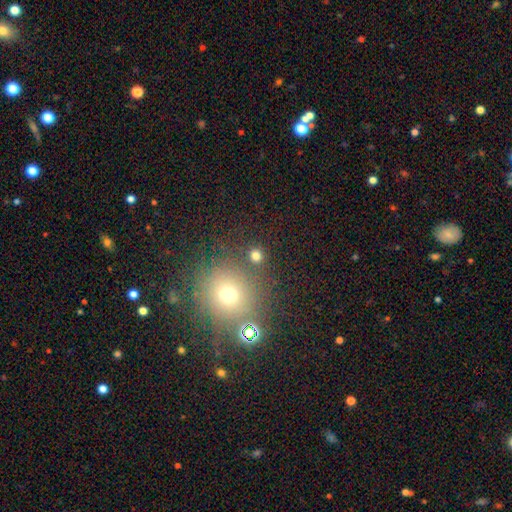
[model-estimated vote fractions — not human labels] Smooth or featured? smooth (75%)
How rounded? round (90%)
Merging? none (82%)